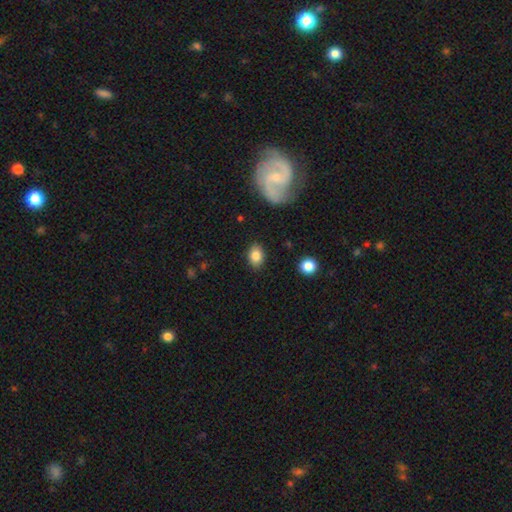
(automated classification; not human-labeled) smooth_or_featured: smooth (p=0.84) [alt: star or artifact p=0.09]
how_rounded: in between (p=0.75) [alt: round p=0.23]
merging: none (p=0.87) [alt: minor disturbance p=0.09]